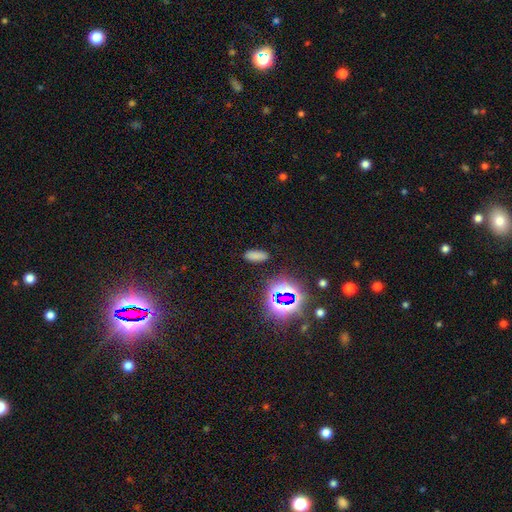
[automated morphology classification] smooth_or_featured: smooth (p=0.70) [alt: star or artifact p=0.24]
how_rounded: in between (p=0.73) [alt: cigar-shaped p=0.23]
merging: none (p=0.87) [alt: minor disturbance p=0.08]